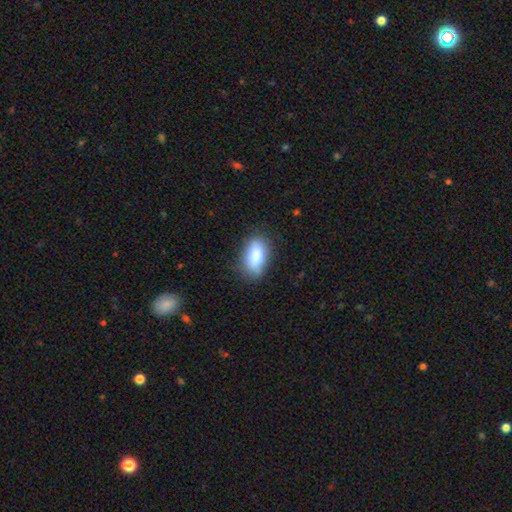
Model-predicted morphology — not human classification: smooth 84%, featured or disk 8%, star or artifact 7%. Down the decision tree: how rounded — in between (88%); merging — none (75%).